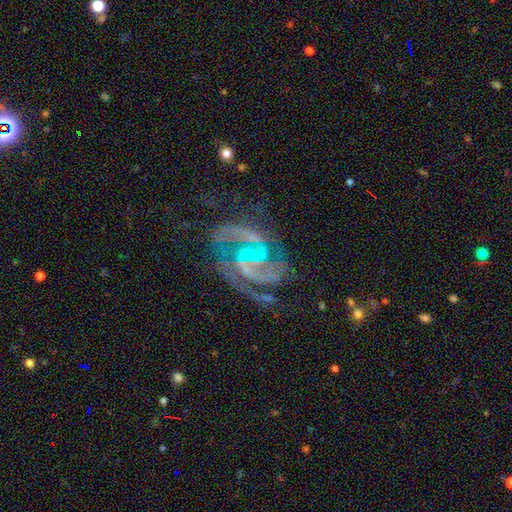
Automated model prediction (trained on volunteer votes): featured or disk 87%, star or artifact 9%, smooth 5%. Down the decision tree: edge-on disk — no (98%); bar — no (44%); spiral arms — yes (97%); spiral arm count — 2 (42%); spiral winding — medium (48%); bulge size — small (50%); merging — none (60%).